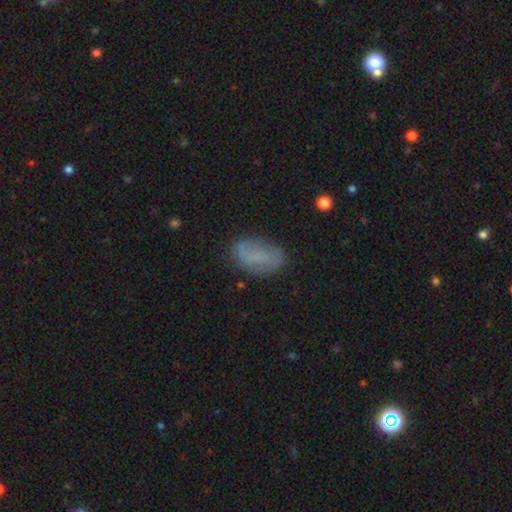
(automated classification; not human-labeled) Smooth or featured: smooth — 65% (featured or disk — 26%)
How rounded: in between — 90% (round — 5%)
Merging: none — 69% (minor disturbance — 22%)